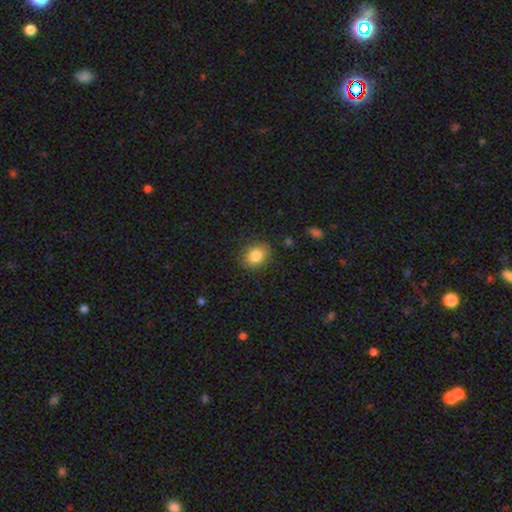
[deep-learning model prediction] Q: Smooth or featured?
A: smooth (84%); runner-up: star or artifact (9%)
Q: How rounded?
A: in between (50%); runner-up: round (49%)
Q: Merging?
A: none (83%); runner-up: minor disturbance (12%)